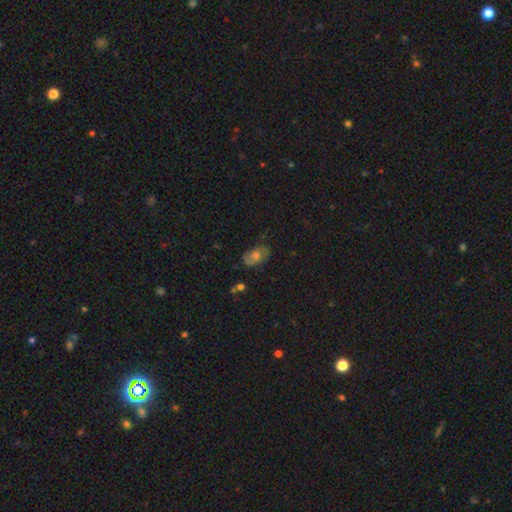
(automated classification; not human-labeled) Smooth or featured: smooth — 48% (featured or disk — 36%)
Merging: none — 76% (minor disturbance — 18%)